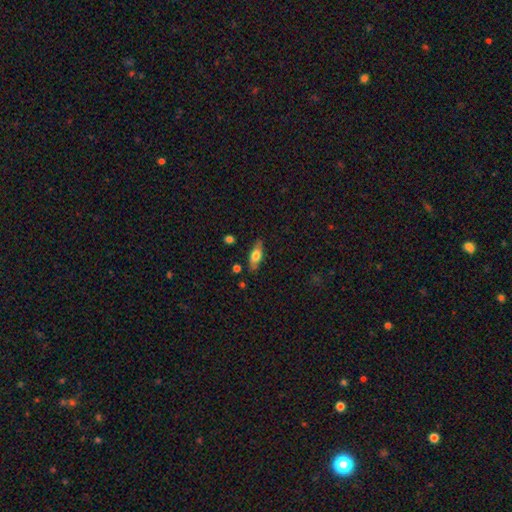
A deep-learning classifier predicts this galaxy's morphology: A smooth galaxy with no disk features (67%) that is in between round and cigar-shaped (70%).

Vote fractions:
- Smooth or featured? smooth: 67% / featured or disk: 27% / star or artifact: 7%
- How rounded? in between: 70% / cigar-shaped: 27% / round: 3%
- Merging? none: 82% / minor disturbance: 13% / major disturbance: 3% / merger: 2%